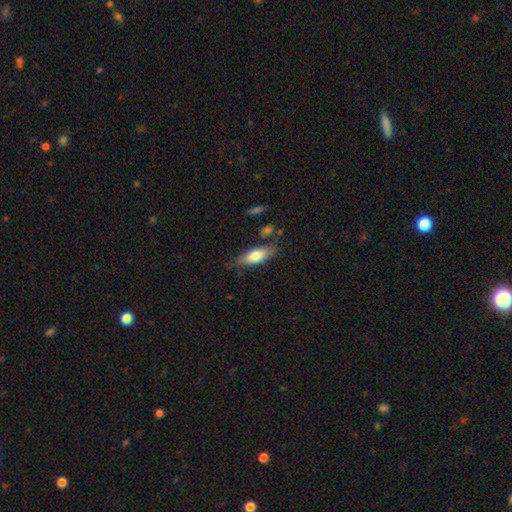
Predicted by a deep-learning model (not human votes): Smooth or featured: smooth — 73% (featured or disk — 21%)
How rounded: in between — 63% (cigar-shaped — 35%)
Merging: none — 73% (minor disturbance — 19%)